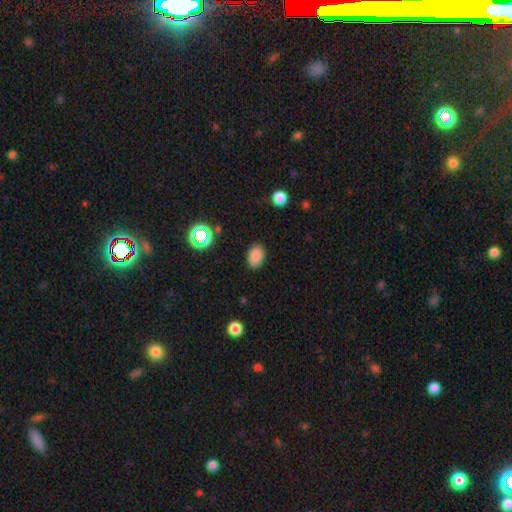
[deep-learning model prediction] smooth_or_featured: smooth (p=0.83) [alt: star or artifact p=0.12]
how_rounded: in between (p=0.82) [alt: round p=0.17]
merging: none (p=0.83) [alt: minor disturbance p=0.13]